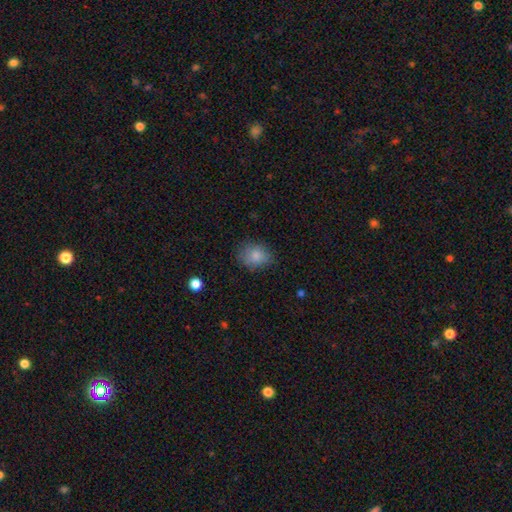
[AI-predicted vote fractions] Overall: smooth (84%). How rounded: in between (51%; round 48%). Merging: none (76%).